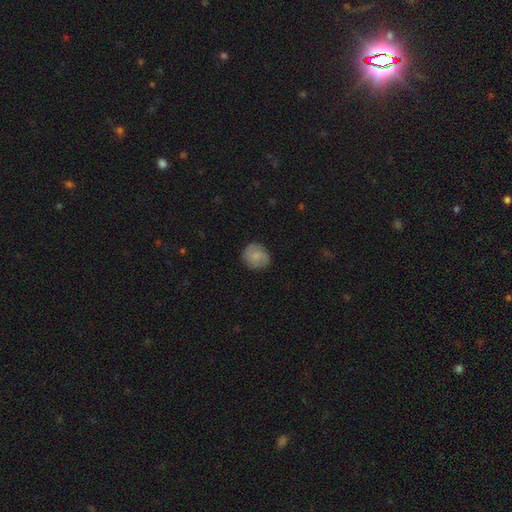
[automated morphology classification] A smooth galaxy with no disk features (66%) that is round (85%).

Vote fractions:
- Smooth or featured? smooth: 66% / featured or disk: 27% / star or artifact: 7%
- How rounded? round: 85% / in between: 14% / cigar-shaped: 1%
- Merging? none: 82% / minor disturbance: 14% / major disturbance: 3% / merger: 1%